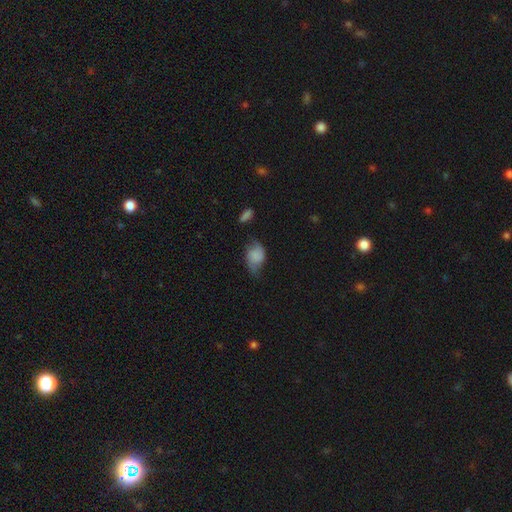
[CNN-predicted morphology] smooth-or-featured: smooth: 58% | featured or disk: 33% | star or artifact: 9%
  how-rounded: in between: 78% | round: 20% | cigar-shaped: 2%
  merging: none: 45% | minor disturbance: 35% | major disturbance: 16% | merger: 4%